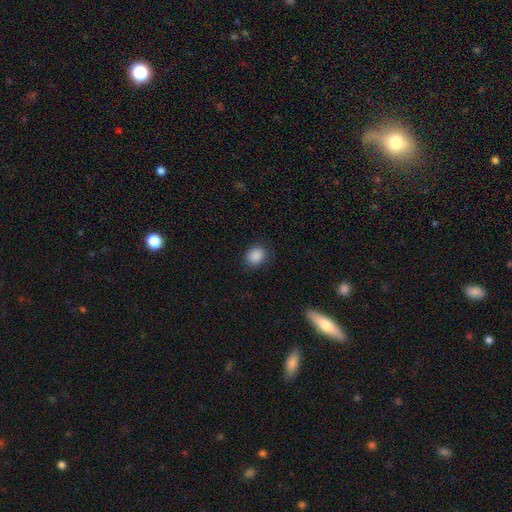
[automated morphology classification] A smooth galaxy with no disk features (89%) that is round (60%).

Vote fractions:
- Smooth or featured? smooth: 89% / star or artifact: 9% / featured or disk: 3%
- How rounded? round: 60% / in between: 39% / cigar-shaped: 1%
- Merging? none: 87% / minor disturbance: 9% / major disturbance: 3% / merger: 1%